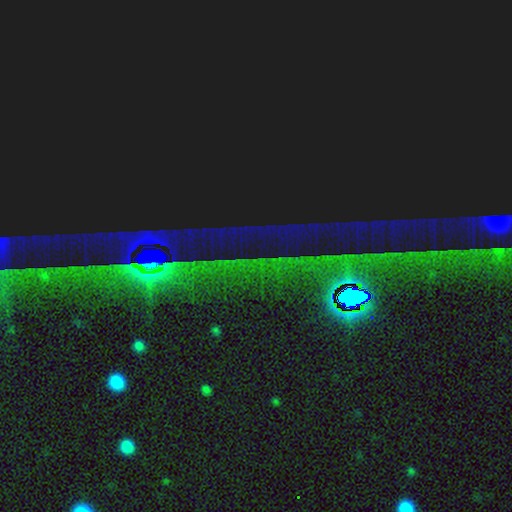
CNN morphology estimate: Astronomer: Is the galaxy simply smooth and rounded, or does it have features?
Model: star or artifact — 87%.